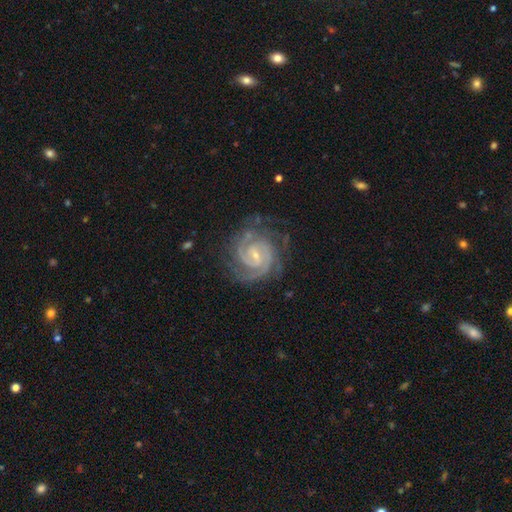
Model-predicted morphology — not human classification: Smooth or featured? featured or disk (93%)
Edge-on disk? no (98%)
Bar? weak (47%)
Spiral arms? yes (99%)
Spiral winding? tight (73%)
Spiral arm count? 2 (45%)
Bulge size? small (76%)
Merging? none (74%)